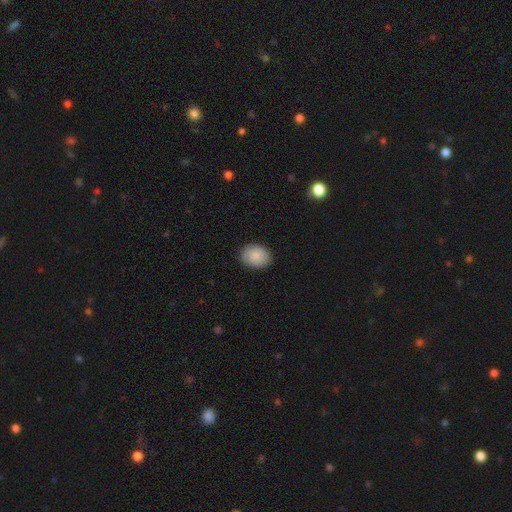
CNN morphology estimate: This appears to be a smooth galaxy with no disk features (89%) that is in between round and cigar-shaped (66%). Merging: none (86%).